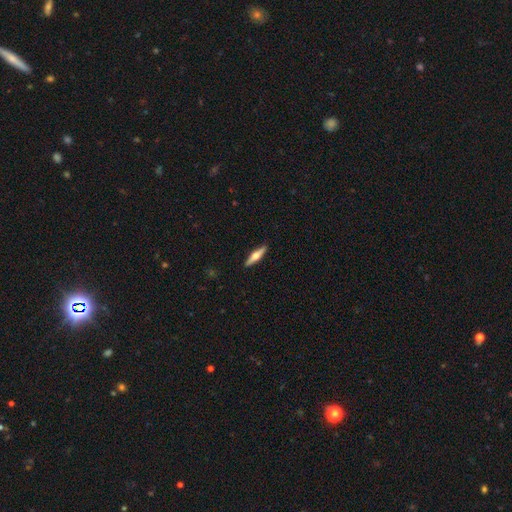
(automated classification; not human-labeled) This is possibly a featured or disk galaxy (54%). It is clearly viewed edge-on (96%). Edge-on bulge: clearly rounded (93%). Merging: clearly none (91%).